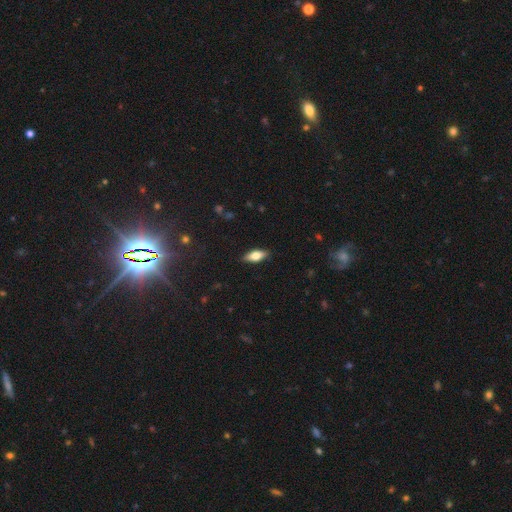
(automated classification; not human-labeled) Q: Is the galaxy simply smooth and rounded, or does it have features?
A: smooth — 70%.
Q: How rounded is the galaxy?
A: in between — 78%.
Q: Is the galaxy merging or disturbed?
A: none — 87%.